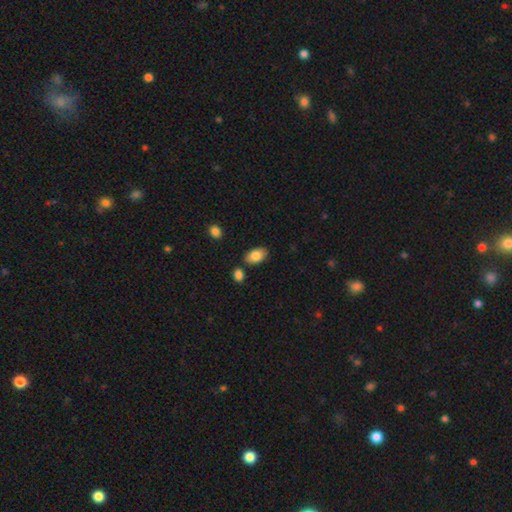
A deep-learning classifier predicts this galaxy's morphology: This is clearly a smooth galaxy (84%). How rounded: clearly in between (92%). Merging: likely none (79%).